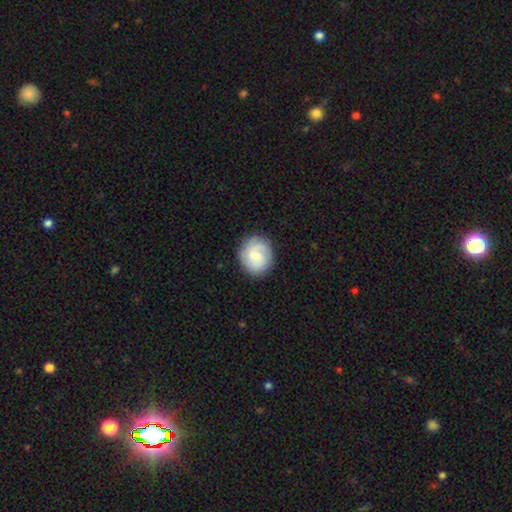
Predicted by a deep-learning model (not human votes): This is possibly a smooth galaxy (52%). How rounded: likely round (76%). Merging: clearly none (83%).